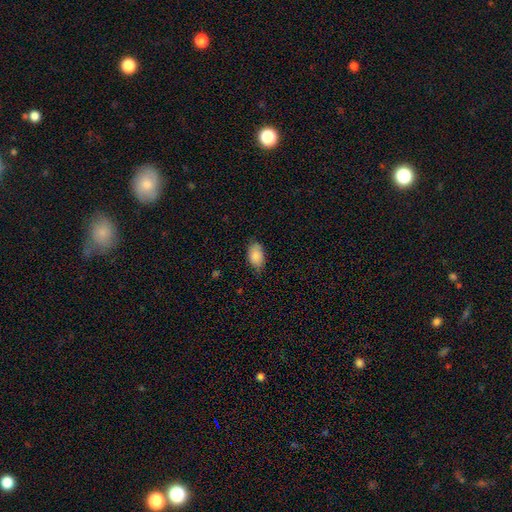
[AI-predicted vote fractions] A smooth galaxy with no disk features (88%) that is in between round and cigar-shaped (92%). Merging: none (74%).